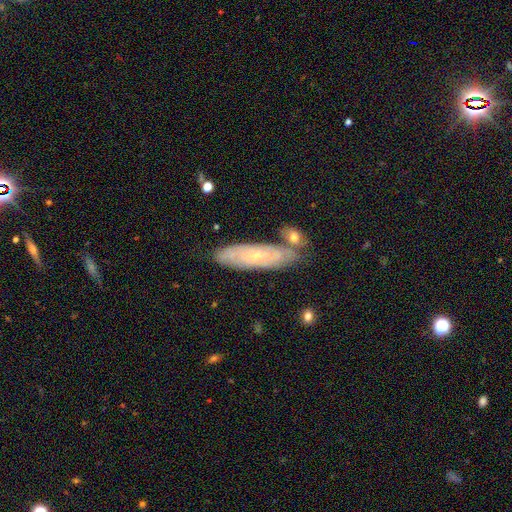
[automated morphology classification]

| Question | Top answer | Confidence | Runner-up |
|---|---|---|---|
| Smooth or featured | featured or disk | 64% | smooth (27%) |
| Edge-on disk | no | 77% | yes (23%) |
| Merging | none | 73% | minor disturbance (15%) |